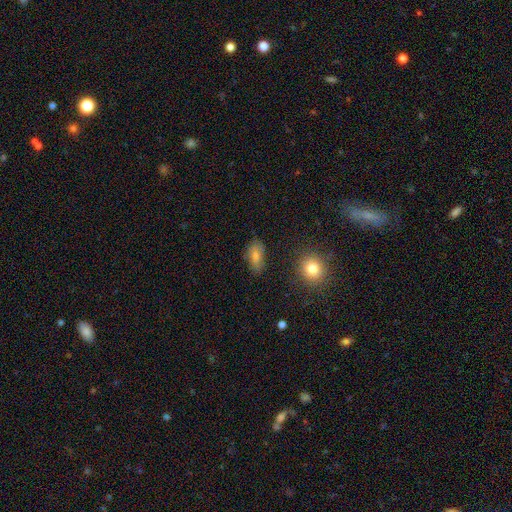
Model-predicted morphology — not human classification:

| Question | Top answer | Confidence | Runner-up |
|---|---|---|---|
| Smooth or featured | smooth | 73% | featured or disk (16%) |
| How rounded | in between | 88% | round (8%) |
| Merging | none | 71% | minor disturbance (21%) |